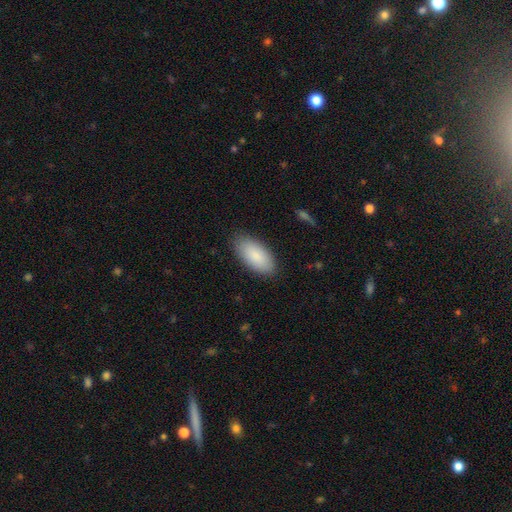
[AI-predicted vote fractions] The model was most divided on "merging": none: 86%, minor disturbance: 11%, major disturbance: 2%, merger: 1%. More confident: how rounded — in between (93%); smooth or featured — smooth (88%).